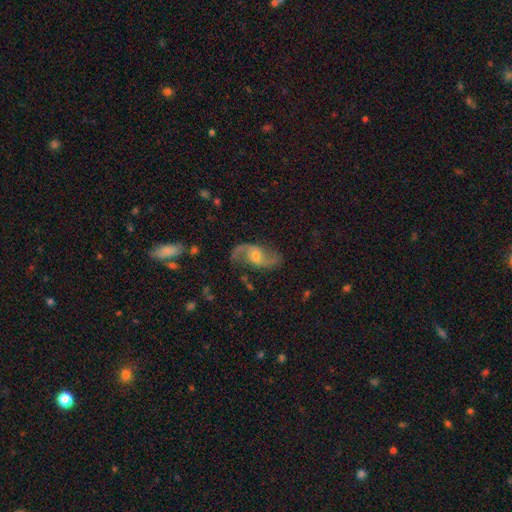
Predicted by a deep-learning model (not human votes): A featured or disk galaxy (87%) with no bar (48%), 2 (93%) loose (65%) spiral arms (96%) and a small central bulge (46%, tied with moderate).

Vote fractions:
- Smooth or featured? featured or disk: 87% / smooth: 7% / star or artifact: 6%
- Edge-on disk? no: 97% / yes: 3%
- Bar? no: 48% / weak: 41% / strong: 11%
- Spiral arms? yes: 96% / no: 4%
- Spiral winding? loose: 65% / medium: 28% / tight: 6%
- Spiral arm count? 2: 93% / can't tell: 2% / 1: 2% / 3: 1% / 4: 1% / more than 4: 1%
- Bulge size? small: 46% (tied) / moderate: 46% (tied) / none: 4% / large: 3% / dominant: 1%
- Merging? none: 75% / minor disturbance: 16% / major disturbance: 8% / merger: 2%